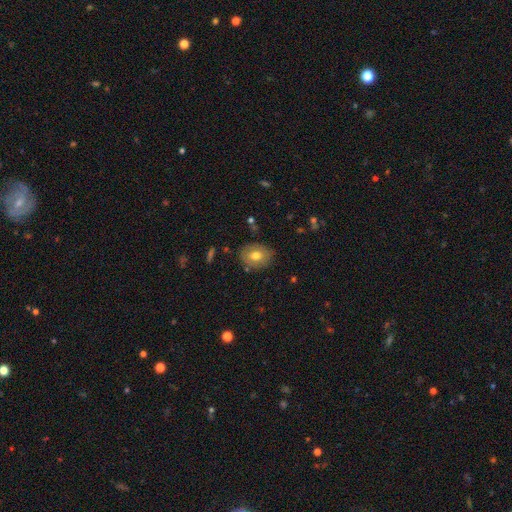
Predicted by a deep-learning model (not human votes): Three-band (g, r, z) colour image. It shows a smooth galaxy with no disk features (66%) that is in between round and cigar-shaped (51%). Merging: none (83%).